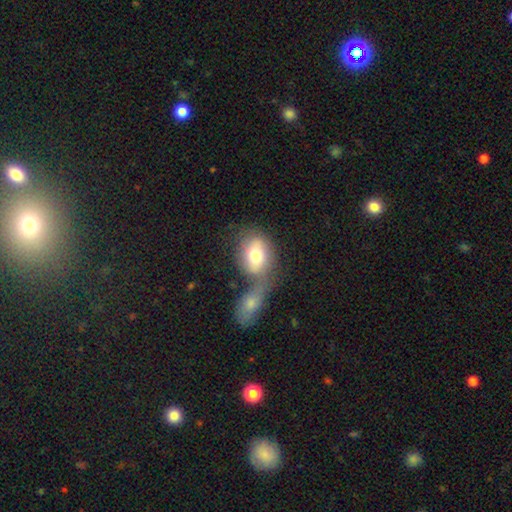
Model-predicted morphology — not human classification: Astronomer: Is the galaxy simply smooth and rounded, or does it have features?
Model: smooth — 74%.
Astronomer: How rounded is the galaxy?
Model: in between — 68%.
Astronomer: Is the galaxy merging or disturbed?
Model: merger — 55%.